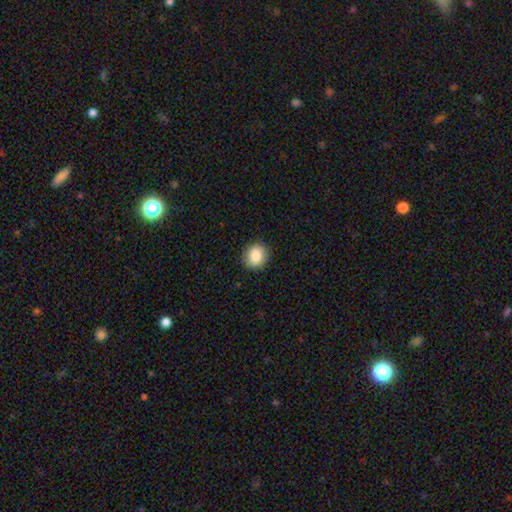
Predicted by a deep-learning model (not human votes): The model was most divided on "how rounded": round: 85%, in between: 14%, cigar-shaped: 1%. More confident: merging — none (89%); smooth or featured — smooth (86%).